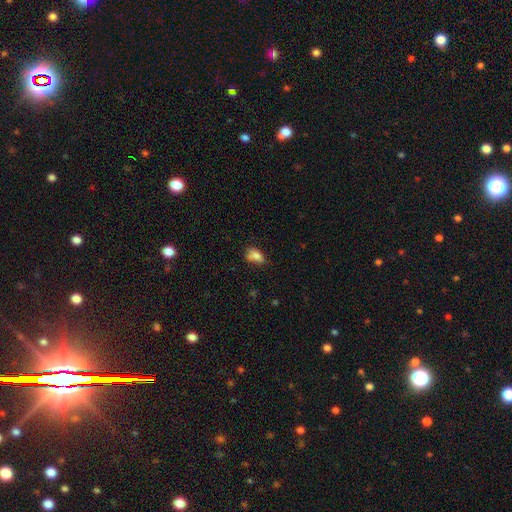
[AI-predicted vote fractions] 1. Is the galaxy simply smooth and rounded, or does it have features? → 81% smooth, 10% star or artifact, 9% featured or disk.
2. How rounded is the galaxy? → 84% in between, 13% round, 3% cigar-shaped.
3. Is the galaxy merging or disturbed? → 49% none, 35% minor disturbance, 10% major disturbance, 6% merger.